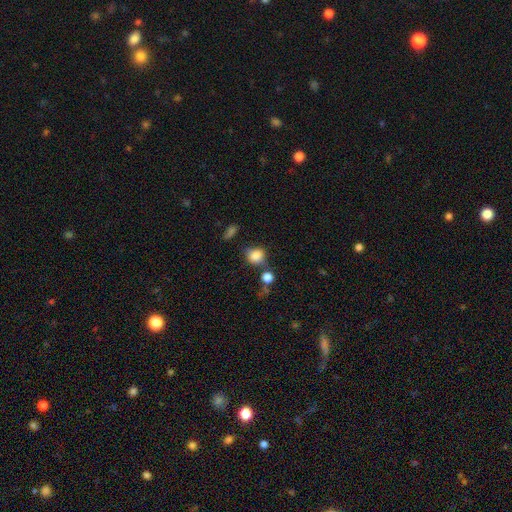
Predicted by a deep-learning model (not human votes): smooth 83%, star or artifact 11%, featured or disk 6%. Down the decision tree: how rounded — round (71%); merging — none (60%).